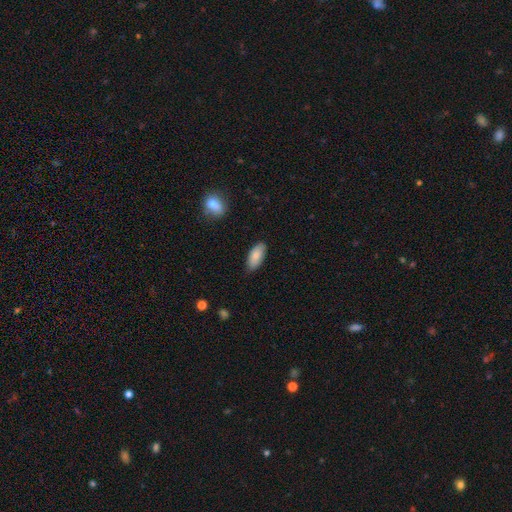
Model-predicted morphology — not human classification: Overall: smooth (84%). How rounded: in between (91%). Merging: none (83%).